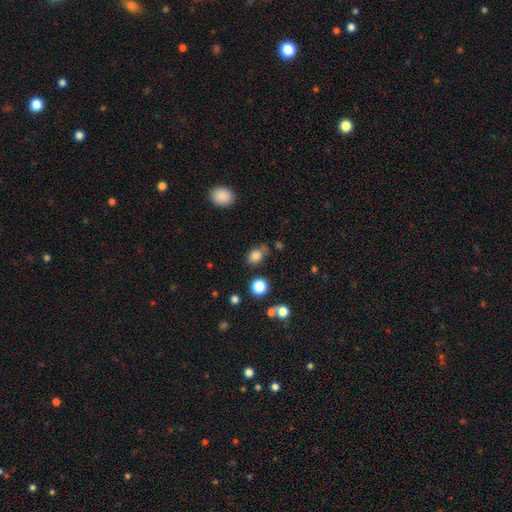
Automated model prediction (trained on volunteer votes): Smooth or featured?
  - smooth: 82% *
  - star or artifact: 12%
  - featured or disk: 6%
How rounded?
  - in between: 54% *
  - round: 44%
  - cigar-shaped: 1%
Merging?
  - none: 66% *
  - minor disturbance: 20%
  - merger: 8%
  - major disturbance: 5%